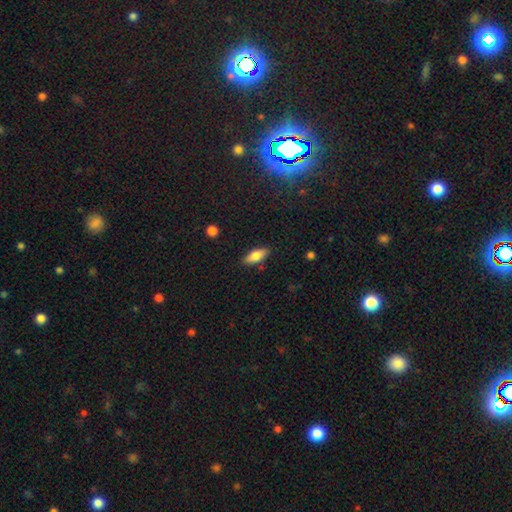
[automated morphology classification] Smooth or featured?
  - smooth: 75% *
  - featured or disk: 18%
  - star or artifact: 7%
How rounded?
  - in between: 76% *
  - cigar-shaped: 21%
  - round: 2%
Merging?
  - none: 86% *
  - minor disturbance: 10%
  - major disturbance: 2%
  - merger: 2%